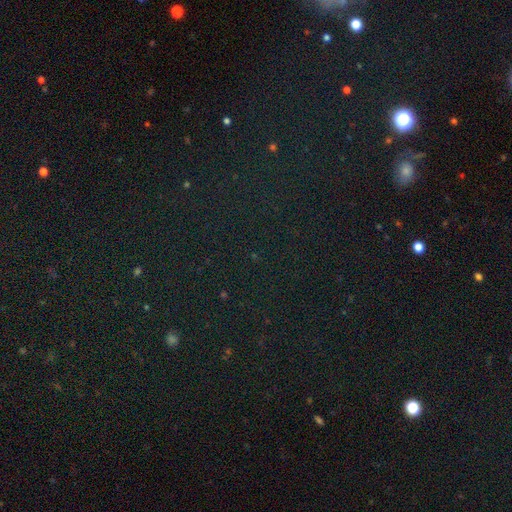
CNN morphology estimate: star or artifact 77%, smooth 15%, featured or disk 8%.